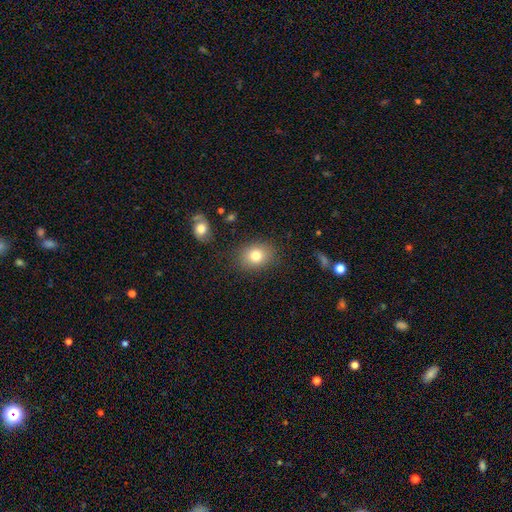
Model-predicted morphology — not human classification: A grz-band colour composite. It shows a smooth galaxy with no disk features (80%) that is in between round and cigar-shaped (53%). Merging: none (83%).